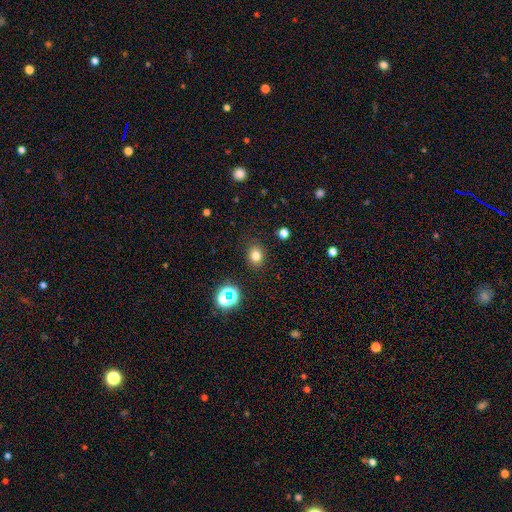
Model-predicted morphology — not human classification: smooth-or-featured: smooth: 77% | star or artifact: 16% | featured or disk: 7%
  how-rounded: round: 58% | in between: 41% | cigar-shaped: 1%
  merging: none: 87% | minor disturbance: 9% | major disturbance: 3% | merger: 2%